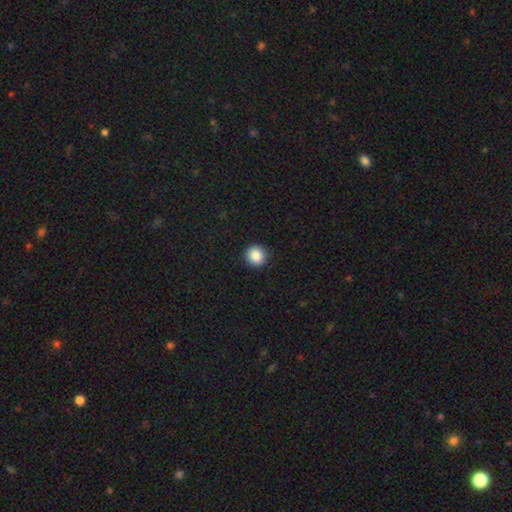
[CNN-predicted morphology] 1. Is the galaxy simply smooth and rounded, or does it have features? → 87% smooth, 9% star or artifact, 4% featured or disk.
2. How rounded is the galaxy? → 93% round, 6% in between, 1% cigar-shaped.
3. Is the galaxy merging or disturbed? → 92% none, 5% minor disturbance, 2% major disturbance, 1% merger.